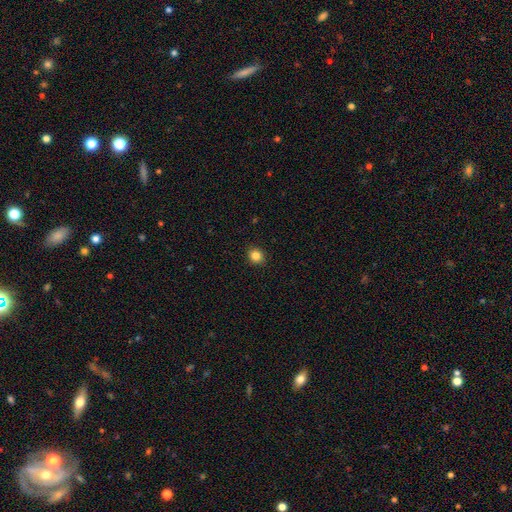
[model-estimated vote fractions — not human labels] Q: Smooth or featured?
A: smooth (84%); runner-up: star or artifact (11%)
Q: How rounded?
A: round (80%); runner-up: in between (19%)
Q: Merging?
A: none (91%); runner-up: minor disturbance (6%)